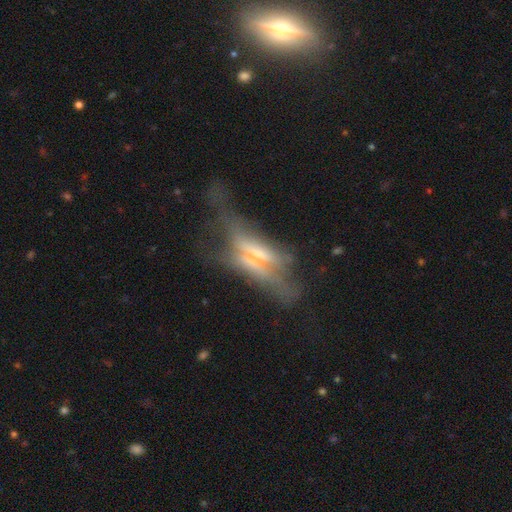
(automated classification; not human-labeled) Smooth or featured? featured or disk (66%)
Edge-on disk? yes (73%)
Merging? major disturbance (38%)